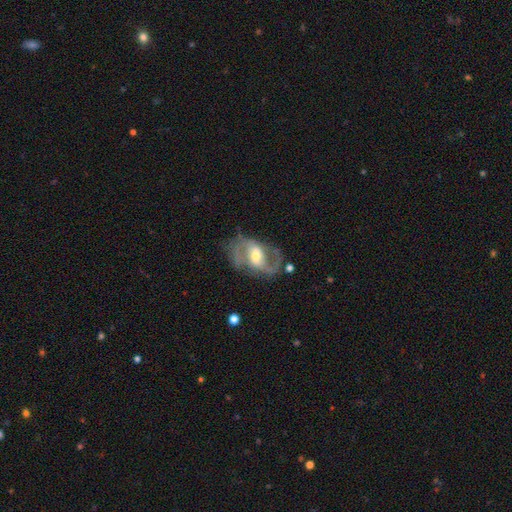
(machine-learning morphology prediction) A featured or disk galaxy (85%) with a weak bar (46%), 2 (87%) medium (53%) spiral arms (92%) and a moderate central bulge (55%).

Vote fractions:
- Smooth or featured? featured or disk: 85% / smooth: 10% / star or artifact: 5%
- Edge-on disk? no: 96% / yes: 4%
- Bar? weak: 46% / strong: 31% / no: 23%
- Spiral arms? yes: 92% / no: 8%
- Spiral winding? medium: 53% / loose: 32% / tight: 15%
- Spiral arm count? 2: 87% / can't tell: 6% / 1: 3% / 3: 2% / 4: 1% / more than 4: 1%
- Bulge size? moderate: 55% / small: 34% / large: 8% / none: 2% / dominant: 1%
- Merging? none: 66% / minor disturbance: 17% / major disturbance: 14% / merger: 3%